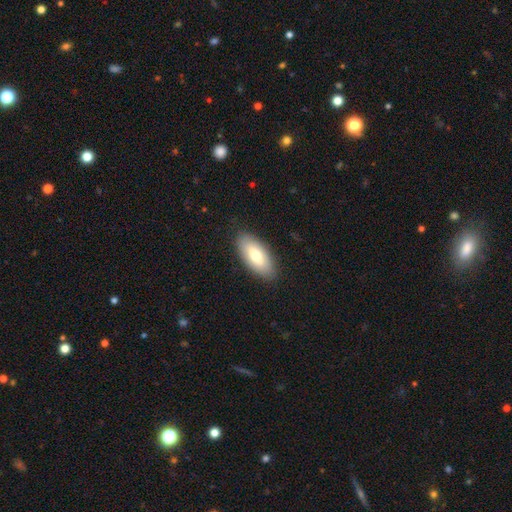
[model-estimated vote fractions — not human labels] Smooth or featured: smooth — 69% (featured or disk — 25%)
How rounded: in between — 88% (cigar-shaped — 9%)
Merging: none — 87% (minor disturbance — 10%)